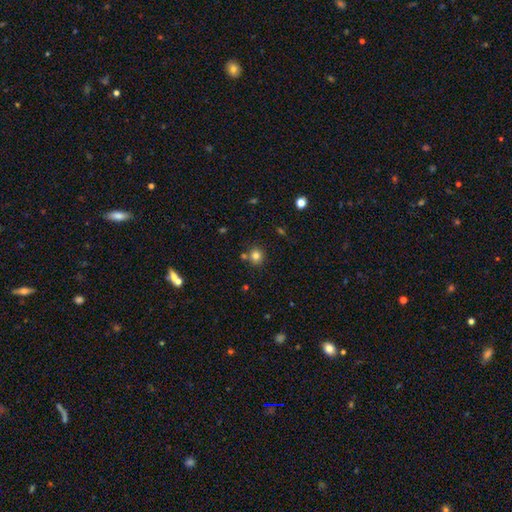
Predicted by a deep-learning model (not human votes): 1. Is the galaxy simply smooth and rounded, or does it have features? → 81% smooth, 13% star or artifact, 6% featured or disk.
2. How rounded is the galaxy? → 87% round, 12% in between, 1% cigar-shaped.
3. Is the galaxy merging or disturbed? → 77% none, 11% merger, 9% minor disturbance, 3% major disturbance.